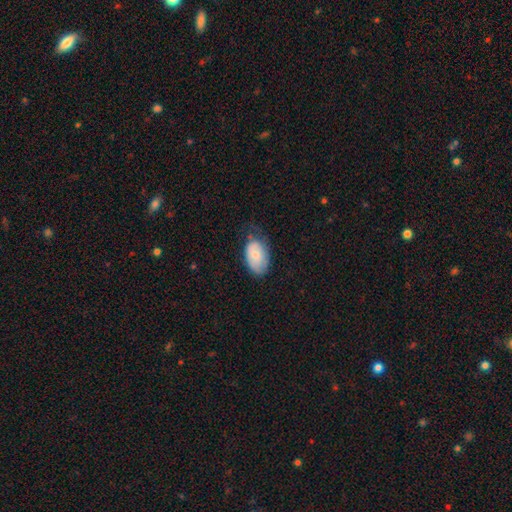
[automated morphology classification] Smooth or featured? smooth (71%)
How rounded? in between (92%)
Merging? none (45%)